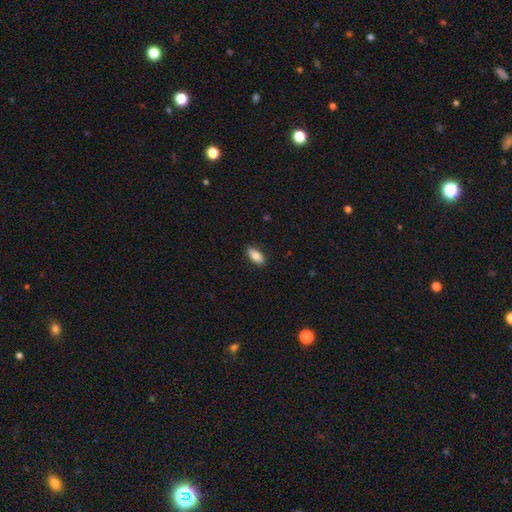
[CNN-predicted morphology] A smooth galaxy with no disk features (80%) that is in between round and cigar-shaped (86%). Merging: none (88%).